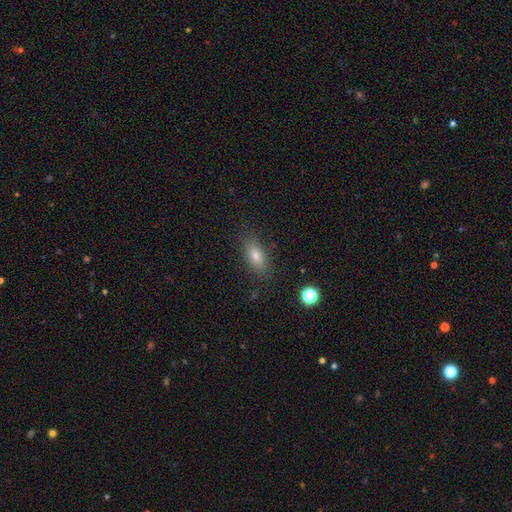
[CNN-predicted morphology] A smooth galaxy with no disk features (76%) that is in between round and cigar-shaped (79%).

Vote fractions:
- Smooth or featured? smooth: 76% / featured or disk: 14% / star or artifact: 11%
- How rounded? in between: 79% / cigar-shaped: 15% / round: 6%
- Merging? none: 84% / minor disturbance: 11% / major disturbance: 3% / merger: 2%